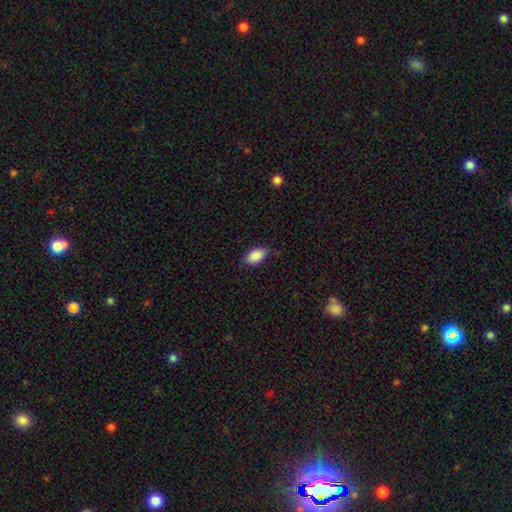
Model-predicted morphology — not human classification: The model was most divided on "merging": none: 76%, minor disturbance: 19%, major disturbance: 4%, merger: 1%. More confident: how rounded — in between (93%); smooth or featured — smooth (89%).